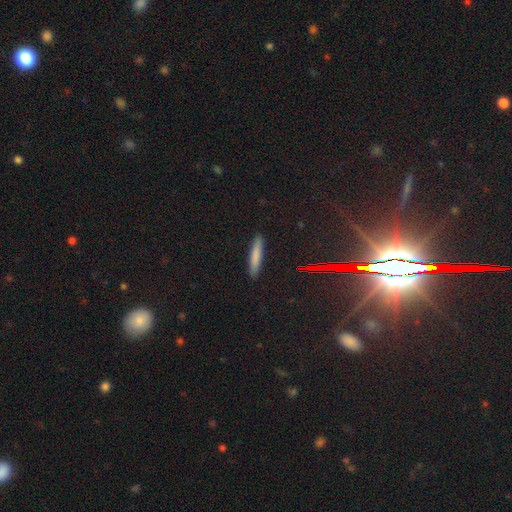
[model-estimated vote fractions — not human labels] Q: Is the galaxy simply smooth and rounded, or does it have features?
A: smooth — 77%.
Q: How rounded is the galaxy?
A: cigar-shaped — 91%.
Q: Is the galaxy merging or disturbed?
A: none — 91%.